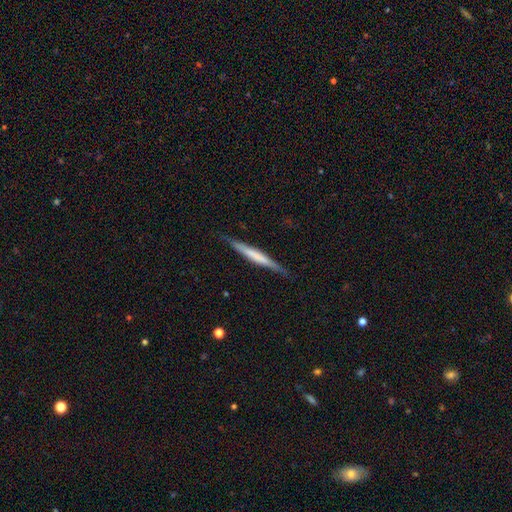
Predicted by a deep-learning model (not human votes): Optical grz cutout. It shows a featured or disk galaxy (50%). Merging: none (86%).